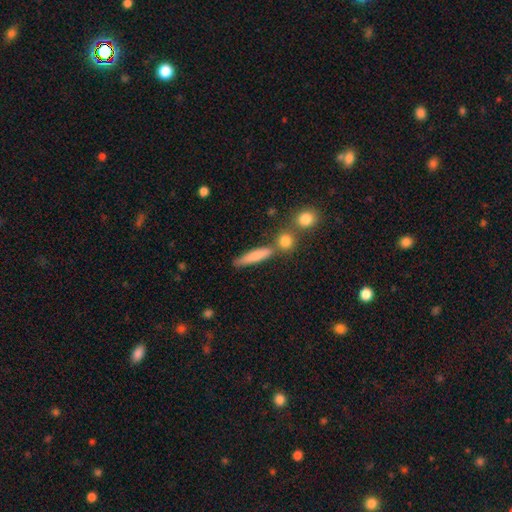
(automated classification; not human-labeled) smooth-or-featured: smooth: 76% | featured or disk: 16% | star or artifact: 7%
  how-rounded: cigar-shaped: 77% | in between: 17% | round: 5%
  merging: none: 68% | merger: 15% | minor disturbance: 12% | major disturbance: 4%